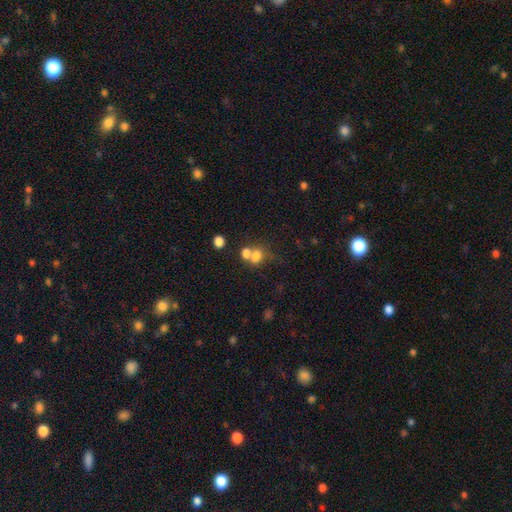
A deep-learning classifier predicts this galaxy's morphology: This is likely a smooth galaxy (71%). How rounded: possibly round (52%). Merging: possibly merger (54%).